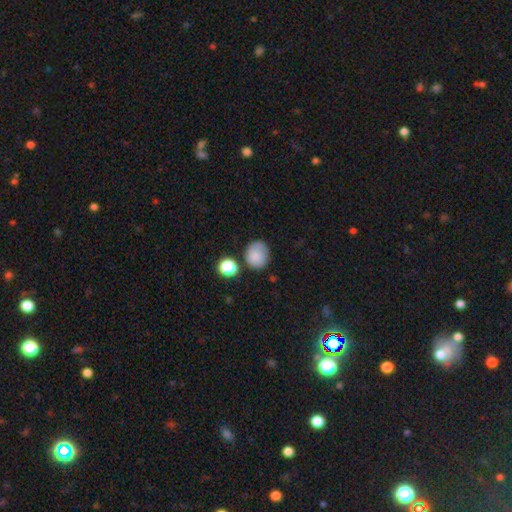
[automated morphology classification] The model was most divided on "how rounded": round: 72%, in between: 27%, cigar-shaped: 1%. More confident: smooth or featured — smooth (83%); merging — none (71%).